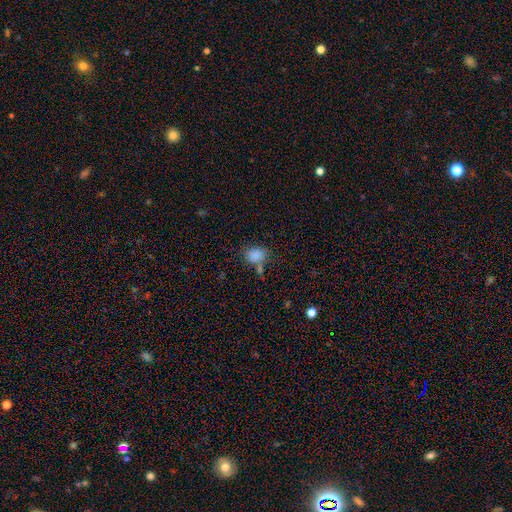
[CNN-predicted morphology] Smooth or featured? Predicted: smooth (p=0.82). How rounded? Predicted: in between (p=0.70). Merging? Predicted: none (p=0.56).